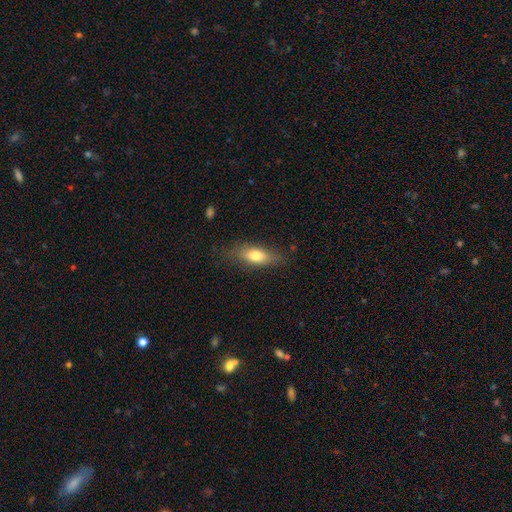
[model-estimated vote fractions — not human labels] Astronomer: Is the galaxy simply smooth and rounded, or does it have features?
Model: smooth — 72%.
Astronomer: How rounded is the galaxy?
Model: in between — 64%.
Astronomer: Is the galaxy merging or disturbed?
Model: none — 78%.